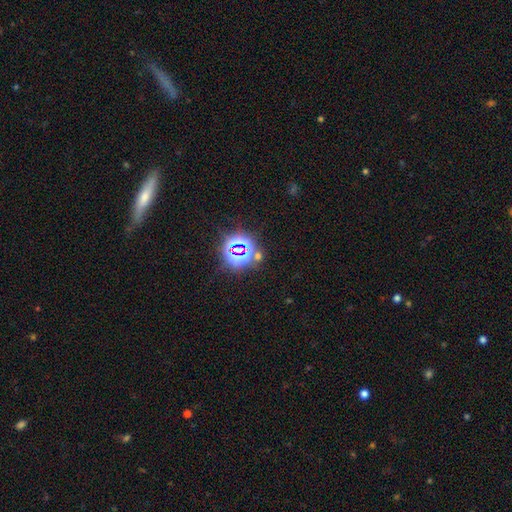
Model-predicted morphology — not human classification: A star or artifact, not a galaxy (76%).

Vote fractions:
- Smooth or featured? star or artifact: 76% / smooth: 16% / featured or disk: 9%